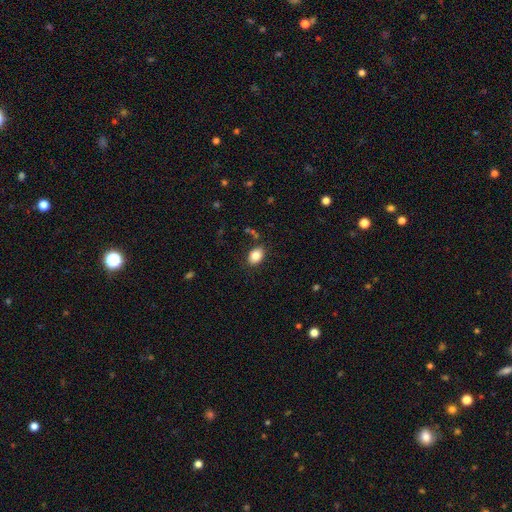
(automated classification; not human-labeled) Smooth or featured: smooth — 84% (star or artifact — 9%)
How rounded: in between — 76% (round — 23%)
Merging: none — 82% (minor disturbance — 12%)